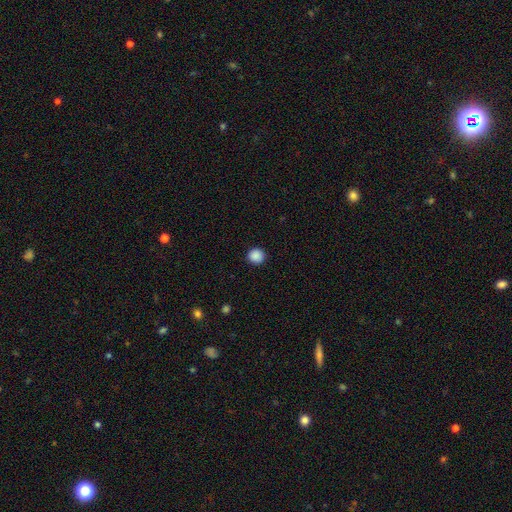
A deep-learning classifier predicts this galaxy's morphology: Overall: smooth (88%). How rounded: round (93%). Merging: none (92%).